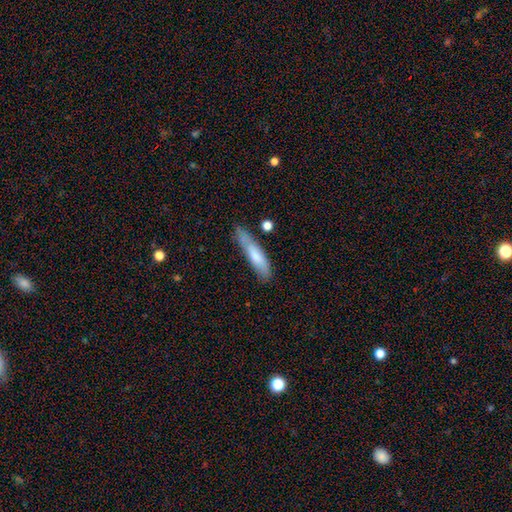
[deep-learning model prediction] Smooth or featured: smooth — 72% (featured or disk — 22%)
How rounded: cigar-shaped — 79% (in between — 19%)
Merging: none — 66% (minor disturbance — 23%)